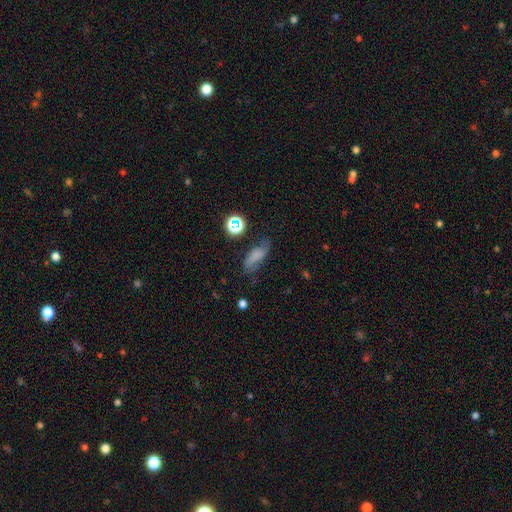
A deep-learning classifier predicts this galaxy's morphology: smooth 55%, featured or disk 30%, star or artifact 16%. Down the decision tree: how rounded — in between (70%); merging — none (57%).